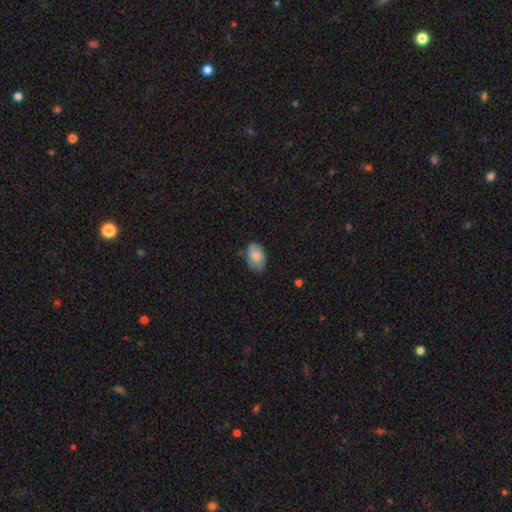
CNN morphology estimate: Smooth or featured? Predicted: smooth (p=0.84). How rounded? Predicted: in between (p=0.91). Merging? Predicted: none (p=0.67).